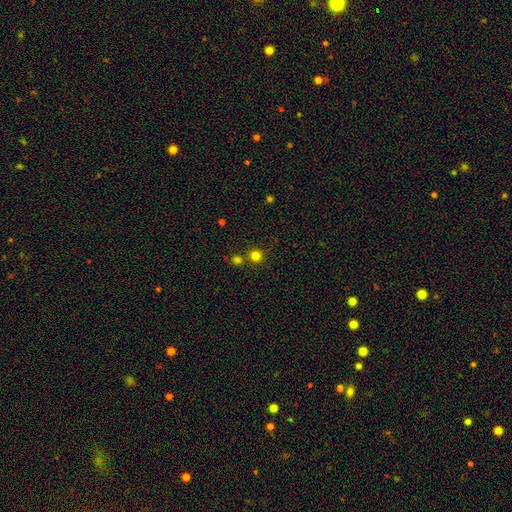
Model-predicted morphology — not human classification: This appears to be a smooth galaxy with no disk features (79%) that is round (95%). Merging: none (78%).